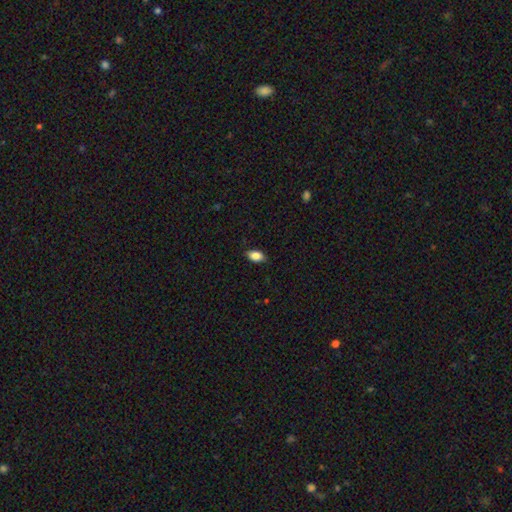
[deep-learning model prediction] A smooth galaxy with no disk features (84%) that is in between round and cigar-shaped (89%). Merging: none (85%).